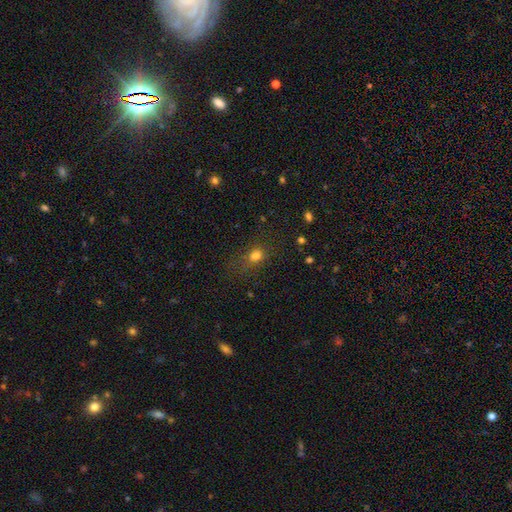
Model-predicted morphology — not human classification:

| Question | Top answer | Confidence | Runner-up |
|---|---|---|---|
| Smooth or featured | smooth | 72% | star or artifact (18%) |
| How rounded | in between | 50% | round (47%) |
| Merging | none | 54% | minor disturbance (19%) |